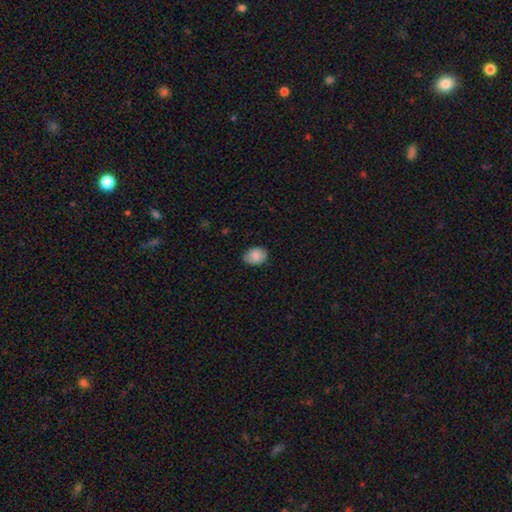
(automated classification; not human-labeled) This is clearly a smooth galaxy (87%). How rounded: likely in between (63%). Merging: clearly none (82%).